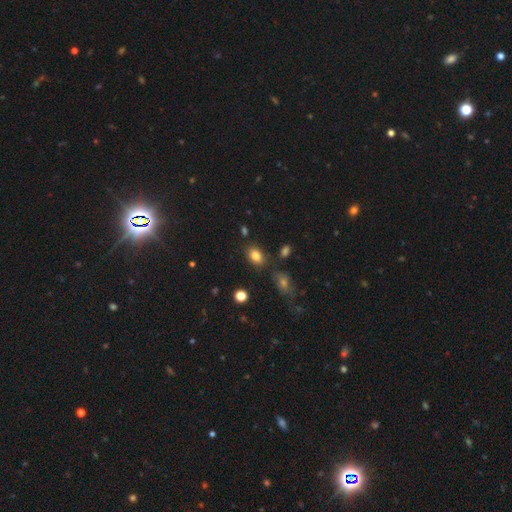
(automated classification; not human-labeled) Smooth or featured? smooth (82%)
How rounded? in between (83%)
Merging? none (78%)